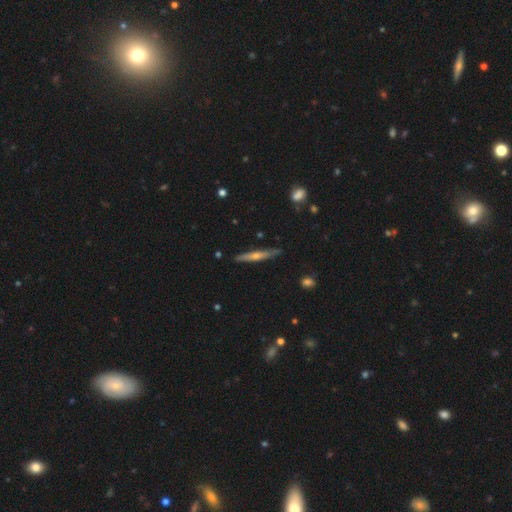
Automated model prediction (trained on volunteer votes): Smooth or featured: featured or disk — 63% (smooth — 29%)
Edge-on disk: yes — 95% (no — 5%)
Edge-on bulge: rounded — 77% (none — 18%)
Merging: none — 88% (minor disturbance — 9%)